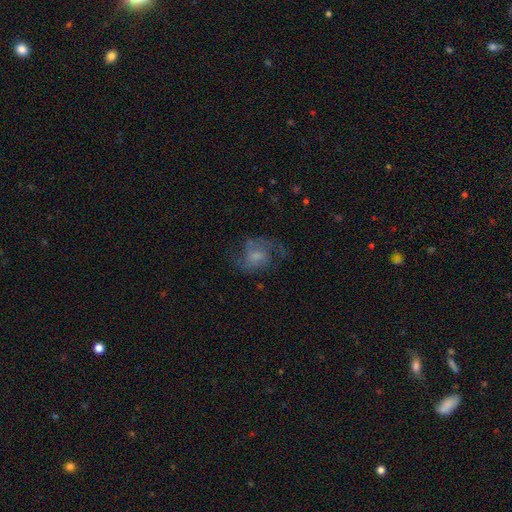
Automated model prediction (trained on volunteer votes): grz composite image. It shows a featured or disk galaxy (63%) with no bar (57%), 2 (70%) medium (48%) spiral arms (82%) and a small central bulge (42%). Merging: none (53%).